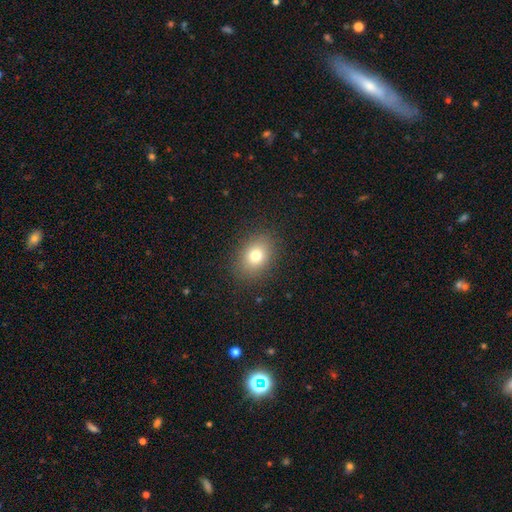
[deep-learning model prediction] A smooth galaxy with no disk features (77%) that is in between round and cigar-shaped (59%).

Vote fractions:
- Smooth or featured? smooth: 77% / star or artifact: 12% / featured or disk: 11%
- How rounded? in between: 59% / round: 40% / cigar-shaped: 1%
- Merging? none: 87% / minor disturbance: 8% / major disturbance: 3% / merger: 1%